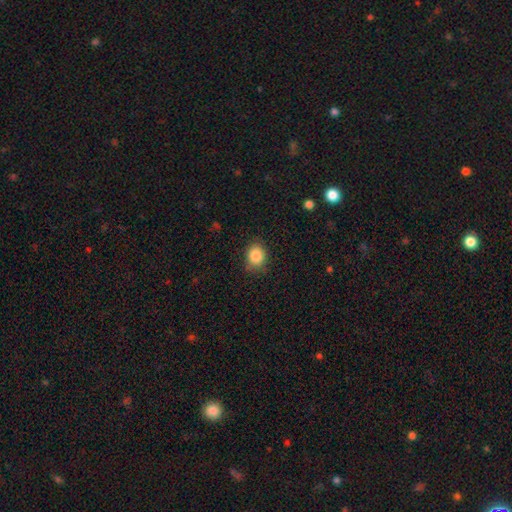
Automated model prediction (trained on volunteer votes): This is clearly a smooth galaxy (86%). How rounded: possibly round (52%). Merging: clearly none (83%).